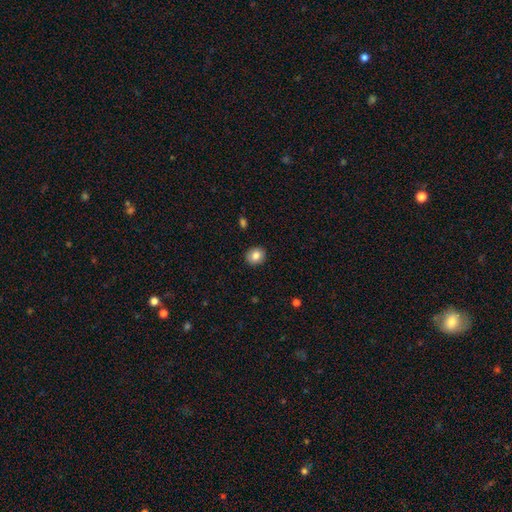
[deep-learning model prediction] Overall: smooth (83%). How rounded: round (73%). Merging: none (91%).